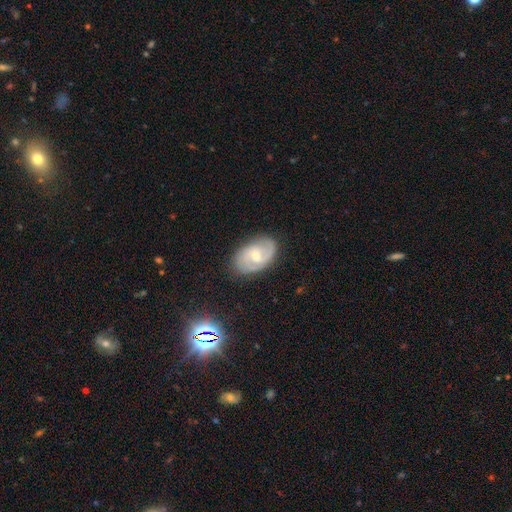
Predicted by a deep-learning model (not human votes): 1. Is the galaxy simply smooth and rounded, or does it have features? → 77% featured or disk, 18% smooth, 6% star or artifact.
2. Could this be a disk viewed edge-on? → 97% no, 3% yes.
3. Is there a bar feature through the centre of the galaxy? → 57% weak, 33% no, 10% strong.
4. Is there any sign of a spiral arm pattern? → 94% yes, 6% no.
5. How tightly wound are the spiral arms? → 46% medium, 39% tight, 14% loose.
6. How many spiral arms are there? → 74% 2, 13% can't tell, 7% 3, 3% 1, 2% 4, 2% more than 4.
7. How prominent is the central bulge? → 47% small, 46% moderate, 4% none, 3% large, 1% dominant.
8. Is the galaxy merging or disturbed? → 79% none, 16% minor disturbance, 4% major disturbance, 1% merger.